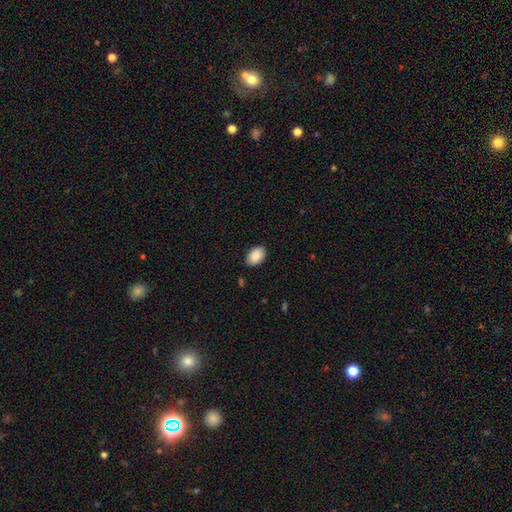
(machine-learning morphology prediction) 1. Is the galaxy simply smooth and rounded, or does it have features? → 90% smooth, 6% star or artifact, 4% featured or disk.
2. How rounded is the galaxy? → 89% in between, 10% round, 1% cigar-shaped.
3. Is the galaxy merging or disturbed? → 86% none, 11% minor disturbance, 2% major disturbance, 1% merger.